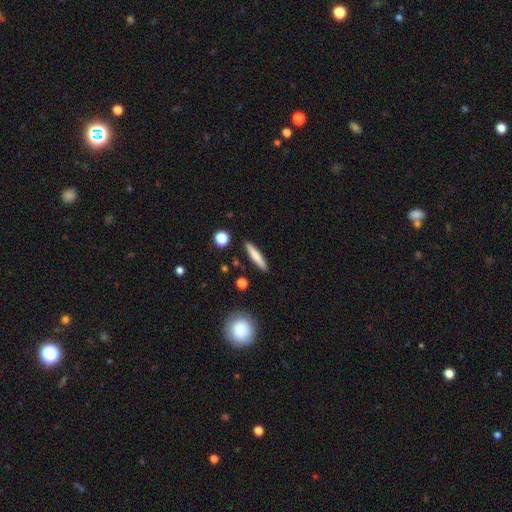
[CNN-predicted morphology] This appears to be a smooth galaxy with no disk features (70%) that is cigar-shaped (88%). Merging: none (89%).